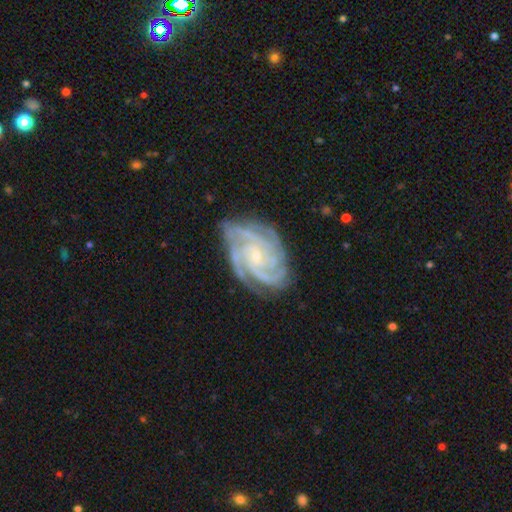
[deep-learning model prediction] Q: Smooth or featured?
A: featured or disk (89%); runner-up: star or artifact (6%)
Q: Edge-on disk?
A: no (97%); runner-up: yes (3%)
Q: Bar?
A: no (62%); runner-up: weak (29%)
Q: Spiral arms?
A: yes (98%); runner-up: no (2%)
Q: Spiral winding?
A: tight (68%); runner-up: medium (28%)
Q: Spiral arm count?
A: 4 (34%); runner-up: 3 (29%)
Q: Bulge size?
A: small (77%); runner-up: moderate (17%)
Q: Merging?
A: none (74%); runner-up: minor disturbance (19%)